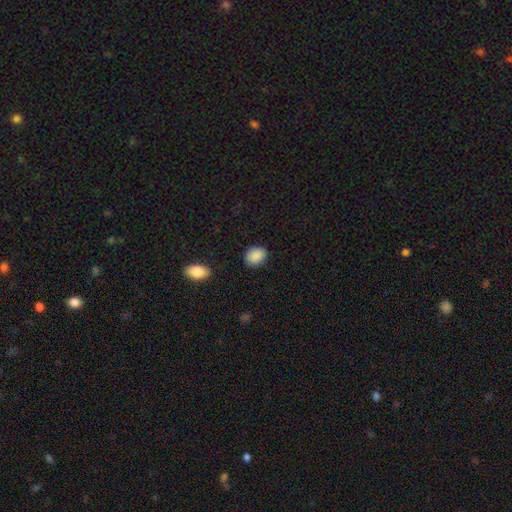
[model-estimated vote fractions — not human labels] This is clearly a smooth galaxy (89%). How rounded: possibly in between (57%). Merging: clearly none (85%).